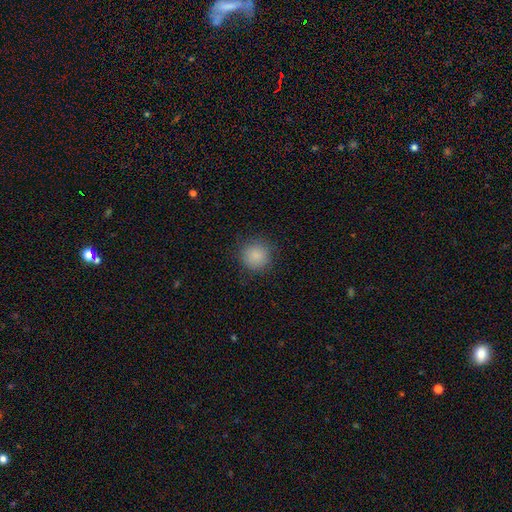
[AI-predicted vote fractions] Smooth or featured?
  - smooth: 86% *
  - star or artifact: 9%
  - featured or disk: 4%
How rounded?
  - round: 94% *
  - in between: 5%
  - cigar-shaped: 1%
Merging?
  - none: 87% *
  - minor disturbance: 9%
  - major disturbance: 3%
  - merger: 1%